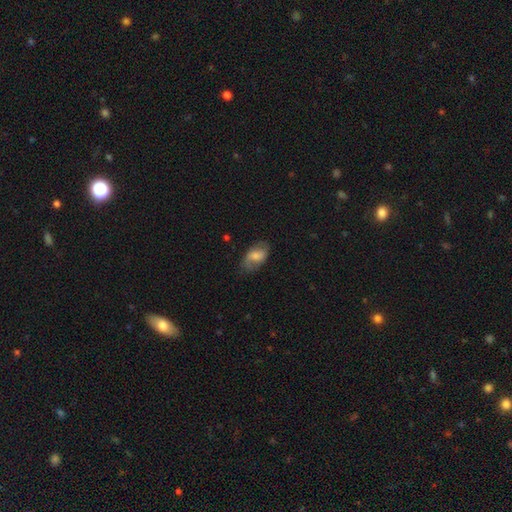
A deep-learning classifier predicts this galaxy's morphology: smooth_or_featured: smooth (p=0.59) [alt: featured or disk p=0.34]
how_rounded: in between (p=0.90) [alt: round p=0.07]
merging: none (p=0.70) [alt: minor disturbance p=0.21]